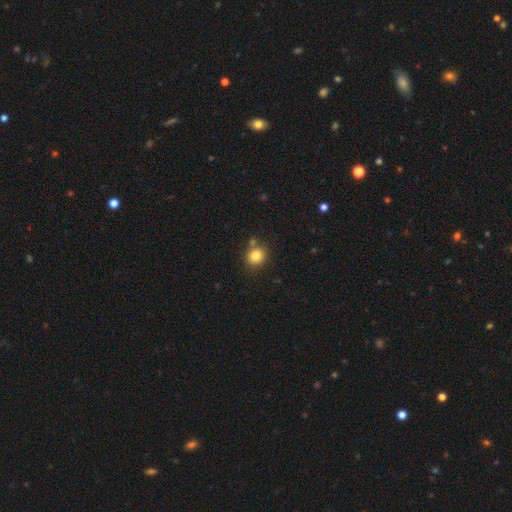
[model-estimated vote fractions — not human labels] This appears to be a smooth galaxy with no disk features (83%) that is round (83%). Merging: none (77%).